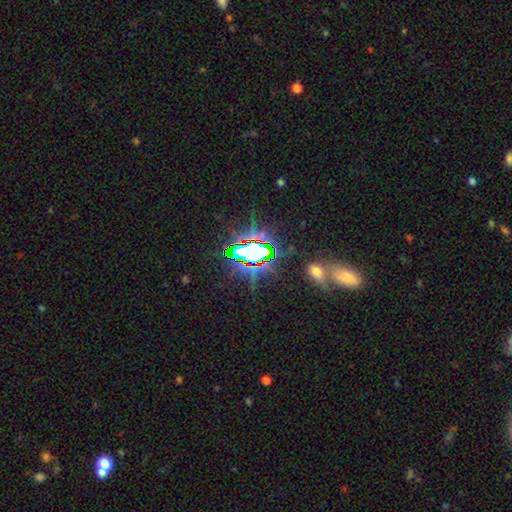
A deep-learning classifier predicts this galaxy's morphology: type=star or artifact (76%).